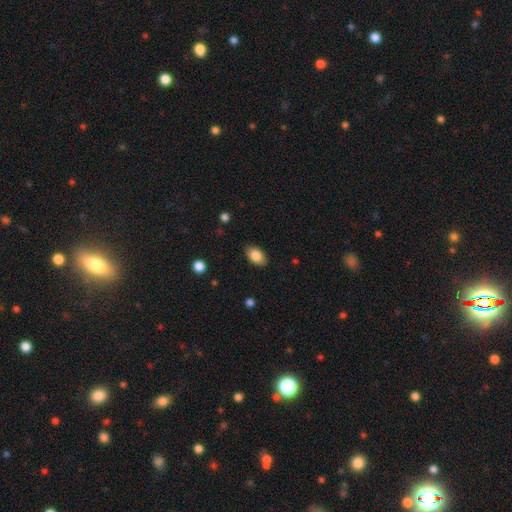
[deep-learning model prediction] Q: Smooth or featured?
A: smooth (85%); runner-up: featured or disk (8%)
Q: How rounded?
A: in between (90%); runner-up: round (9%)
Q: Merging?
A: none (86%); runner-up: minor disturbance (11%)